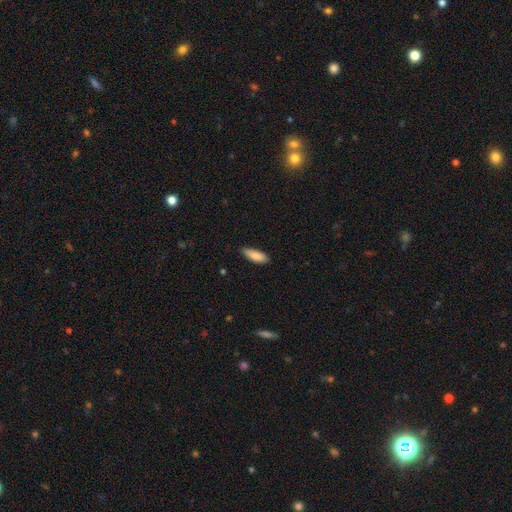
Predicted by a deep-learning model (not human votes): The model was most divided on "how rounded": in between: 60%, cigar-shaped: 39%, round: 2%. More confident: smooth or featured — smooth (87%); merging — none (79%).